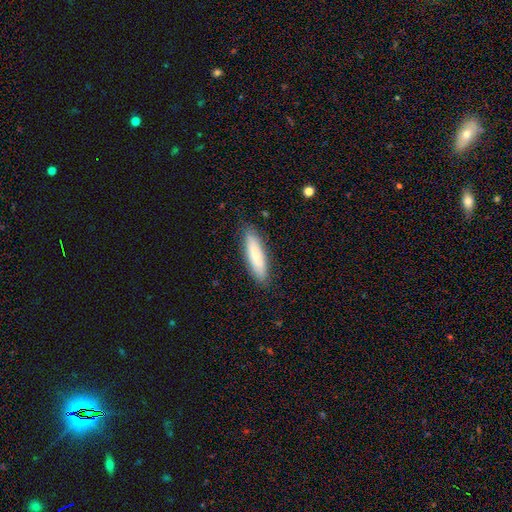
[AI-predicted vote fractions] Smooth or featured: smooth — 73% (featured or disk — 21%)
How rounded: cigar-shaped — 67% (in between — 31%)
Merging: none — 86% (minor disturbance — 11%)